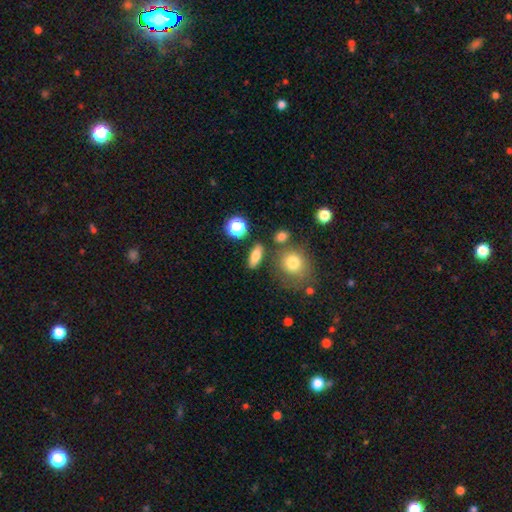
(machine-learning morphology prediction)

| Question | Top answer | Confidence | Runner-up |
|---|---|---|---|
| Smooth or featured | smooth | 72% | featured or disk (16%) |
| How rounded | in between | 56% | cigar-shaped (29%) |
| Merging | none | 81% | minor disturbance (10%) |